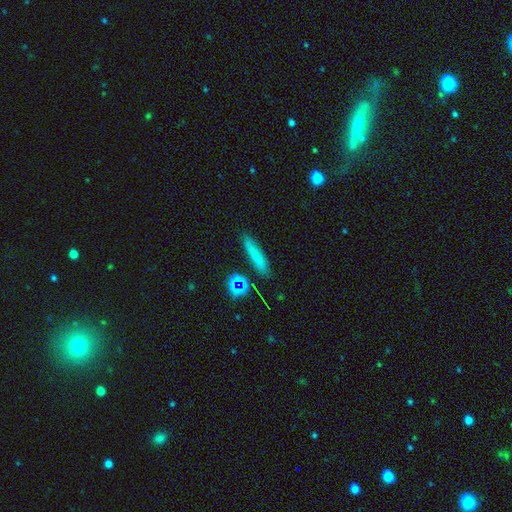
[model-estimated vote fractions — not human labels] Smooth or featured? Predicted: smooth (p=0.72). How rounded? Predicted: cigar-shaped (p=0.85). Merging? Predicted: none (p=0.85).